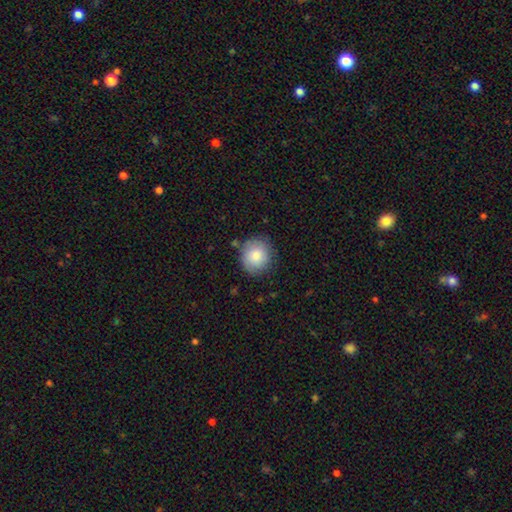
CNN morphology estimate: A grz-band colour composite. It shows a smooth galaxy with no disk features (82%) that is round (86%). Merging: none (80%).